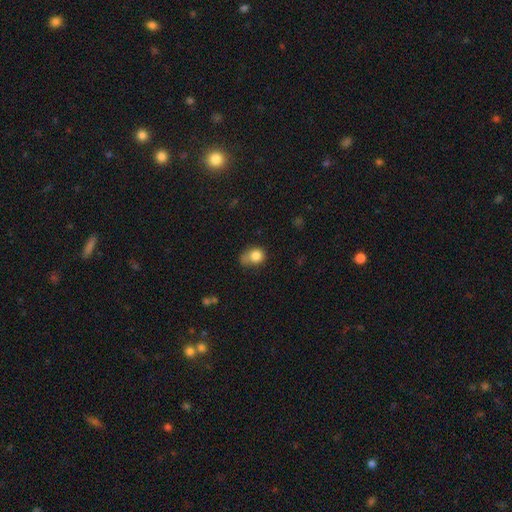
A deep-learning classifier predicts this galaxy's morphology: A smooth galaxy with no disk features (81%) that is round (59%).

Vote fractions:
- Smooth or featured? smooth: 81% / star or artifact: 10% / featured or disk: 9%
- How rounded? round: 59% / in between: 39% / cigar-shaped: 1%
- Merging? none: 37% (tied) / minor disturbance: 37% (tied) / major disturbance: 17% / merger: 9%